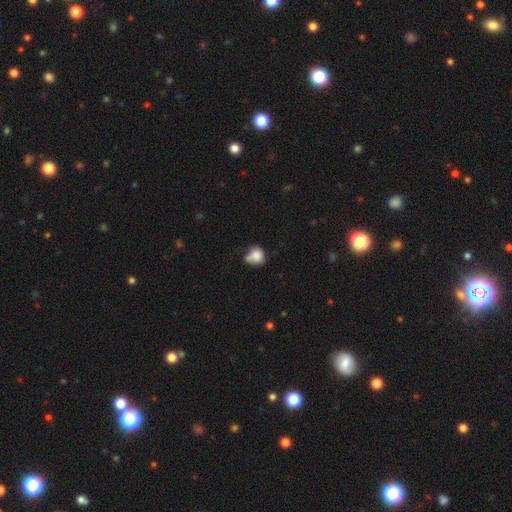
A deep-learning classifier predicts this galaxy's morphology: smooth 78%, featured or disk 12%, star or artifact 10%. Down the decision tree: how rounded — round (64%); merging — none (37%).